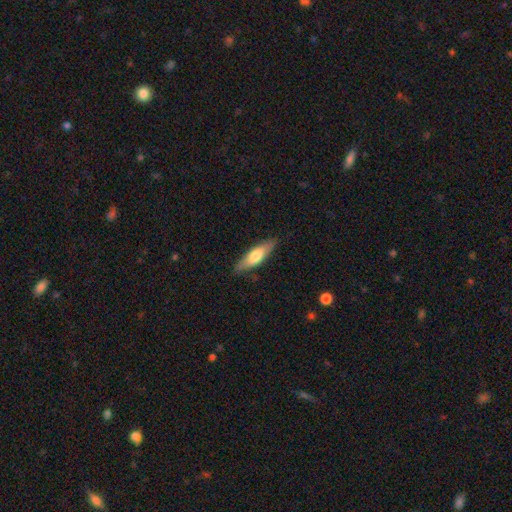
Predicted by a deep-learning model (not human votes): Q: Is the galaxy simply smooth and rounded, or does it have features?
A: smooth — 66%.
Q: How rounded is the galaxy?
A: cigar-shaped — 58%.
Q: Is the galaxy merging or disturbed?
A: none — 84%.